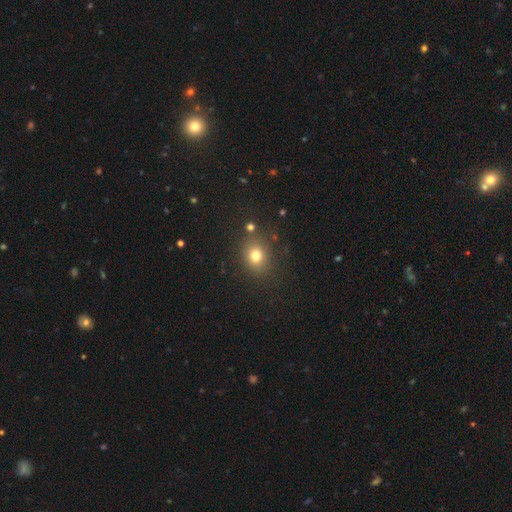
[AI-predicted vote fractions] Q: Smooth or featured?
A: smooth (77%); runner-up: star or artifact (15%)
Q: How rounded?
A: round (67%); runner-up: in between (33%)
Q: Merging?
A: none (80%); runner-up: minor disturbance (11%)